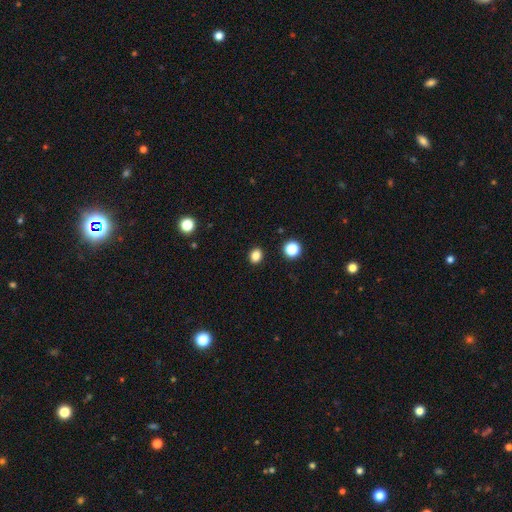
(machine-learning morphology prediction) Smooth or featured: smooth — 84% (star or artifact — 12%)
How rounded: round — 60% (in between — 39%)
Merging: none — 91% (minor disturbance — 6%)